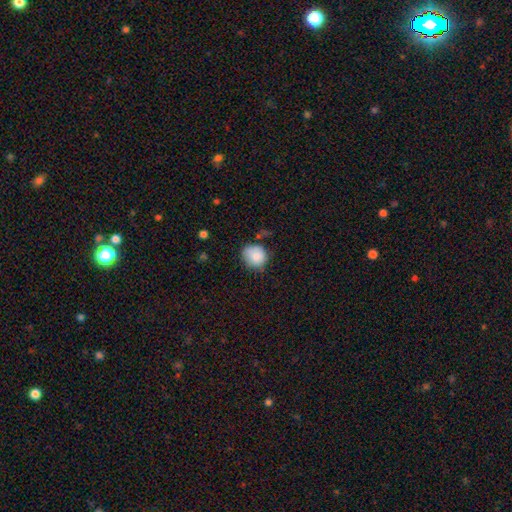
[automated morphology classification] smooth-or-featured: smooth: 85% | star or artifact: 8% | featured or disk: 7%
  how-rounded: round: 79% | in between: 20% | cigar-shaped: 1%
  merging: none: 60% | minor disturbance: 28% | major disturbance: 7% | merger: 4%